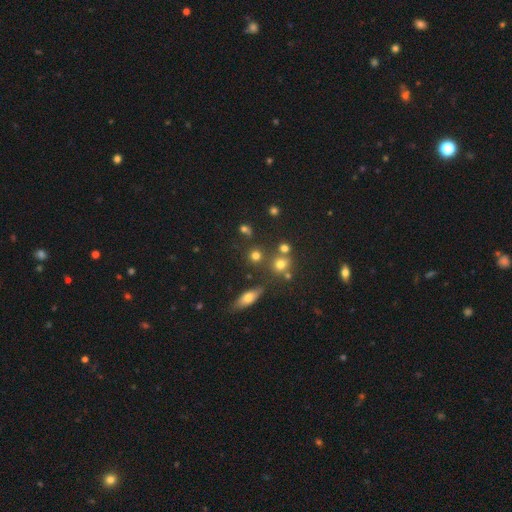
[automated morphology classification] Q: Smooth or featured?
A: smooth (73%); runner-up: star or artifact (17%)
Q: How rounded?
A: round (83%); runner-up: in between (14%)
Q: Merging?
A: none (71%); runner-up: merger (15%)